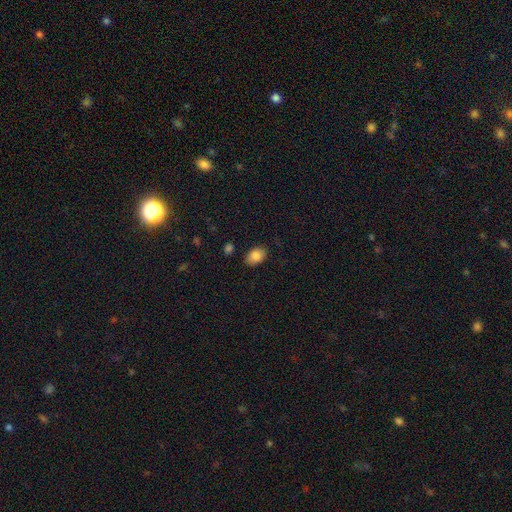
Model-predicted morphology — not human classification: This appears to be a smooth galaxy with no disk features (86%) that is in between round and cigar-shaped (85%). Merging: none (84%).